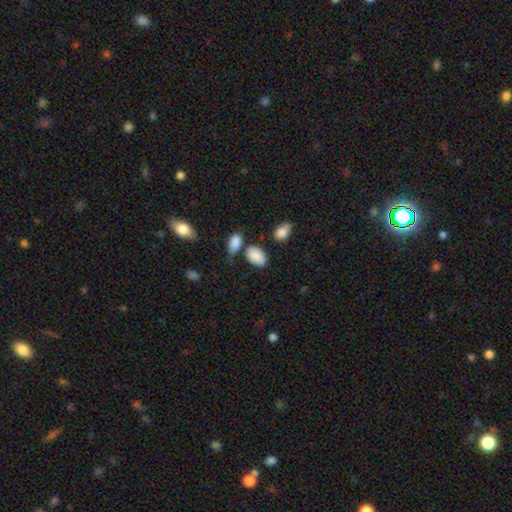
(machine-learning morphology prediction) type=smooth (87%); roundness=in between (91%); merging=none (65%).